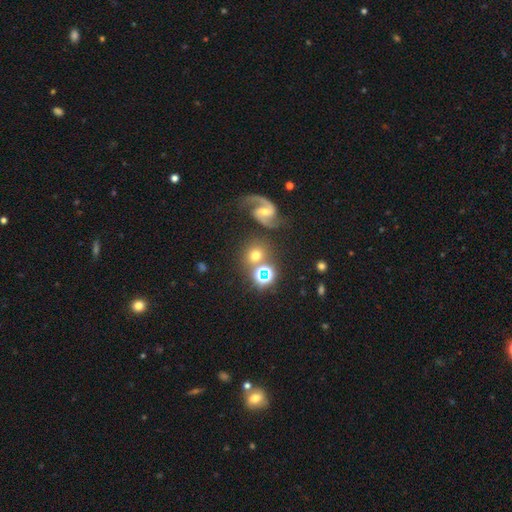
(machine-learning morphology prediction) type=smooth (52%); roundness=round (85%); merging=none (72%).